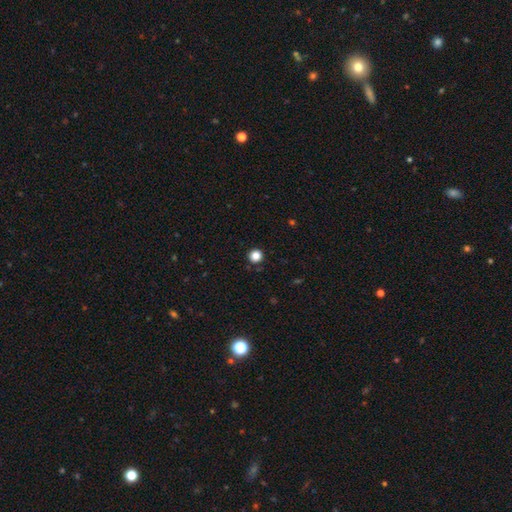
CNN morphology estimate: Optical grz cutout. It shows a smooth galaxy with no disk features (84%) that is round (96%). Merging: none (93%).